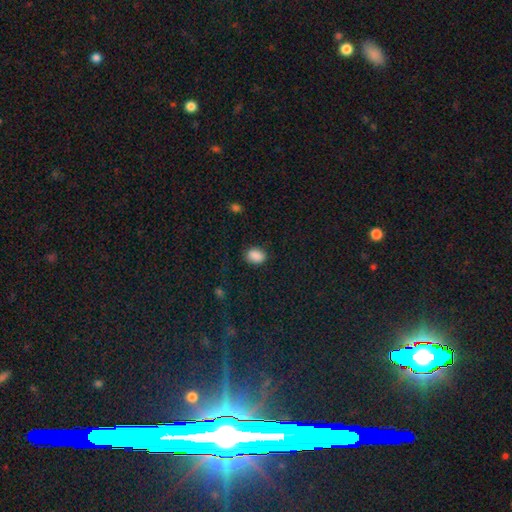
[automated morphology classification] This is clearly a smooth galaxy (88%). How rounded: likely in between (71%). Merging: clearly none (83%).